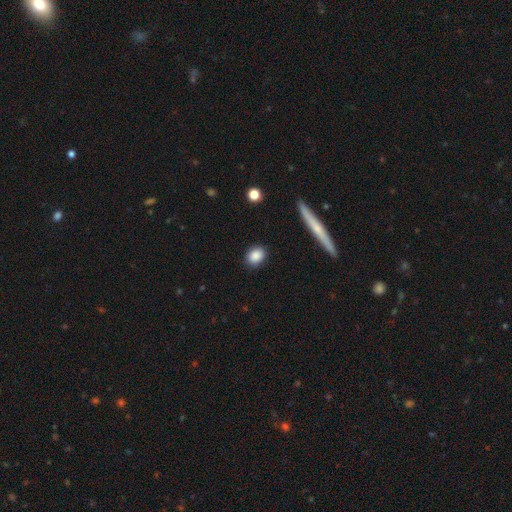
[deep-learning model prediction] Overall: smooth (87%). How rounded: in between (54%; round 43%). Merging: none (87%).